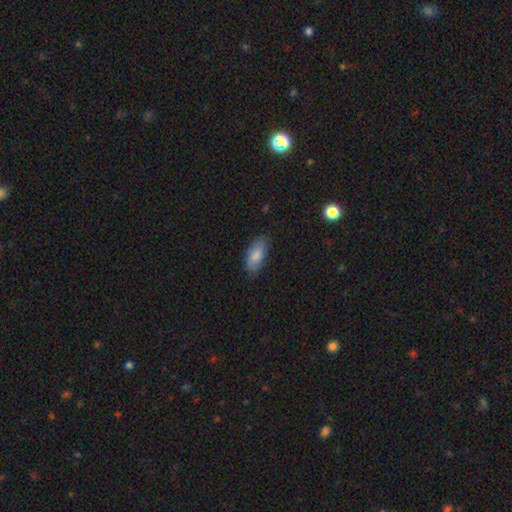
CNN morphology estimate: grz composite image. It shows a smooth galaxy with no disk features (82%) that is in between round and cigar-shaped (88%). Merging: none (79%).